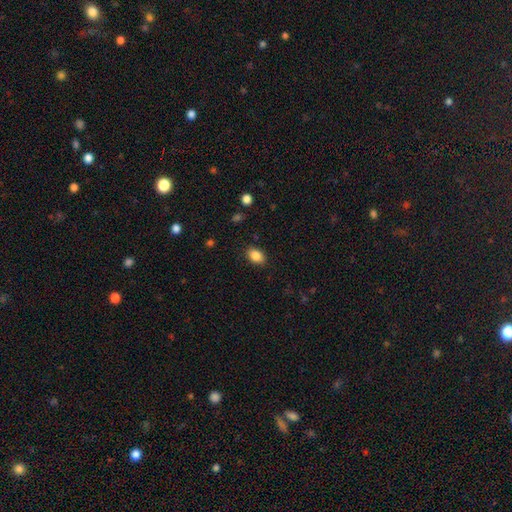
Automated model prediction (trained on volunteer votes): Smooth or featured?
  - smooth: 87% *
  - star or artifact: 9%
  - featured or disk: 4%
How rounded?
  - in between: 81% *
  - round: 18%
  - cigar-shaped: 1%
Merging?
  - none: 87% *
  - minor disturbance: 10%
  - major disturbance: 3%
  - merger: 1%